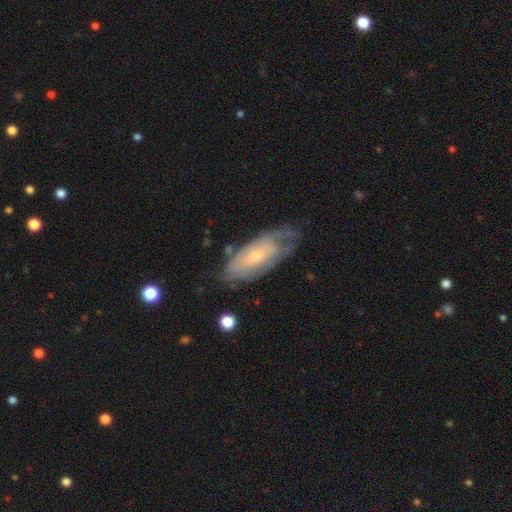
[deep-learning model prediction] Smooth or featured? Predicted: featured or disk (p=0.64). Edge-on disk? Predicted: no (p=0.86). Bar? Predicted: no (p=0.75). Spiral arms? Predicted: yes (p=0.71). Bulge size? Predicted: small (p=0.67). Merging? Predicted: none (p=0.54).